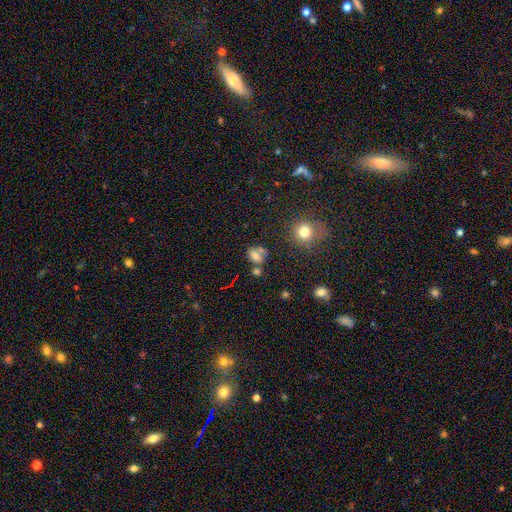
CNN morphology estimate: The model was most divided on "merging": none: 46%, merger: 28%, minor disturbance: 17%, major disturbance: 9%. More confident: smooth or featured — smooth (66%); how rounded — in between (62%).